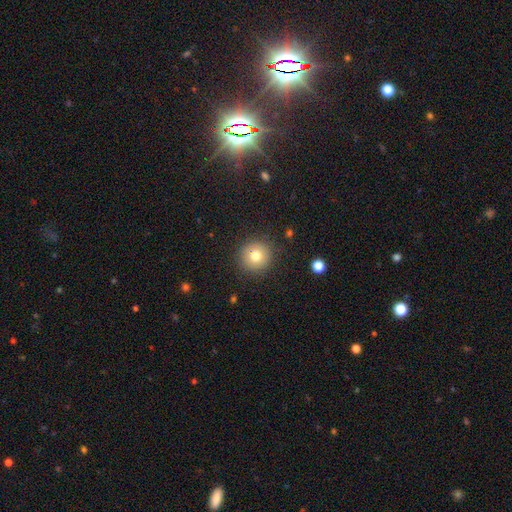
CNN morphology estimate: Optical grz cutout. It shows a smooth galaxy with no disk features (76%) that is round (93%). Merging: none (89%).